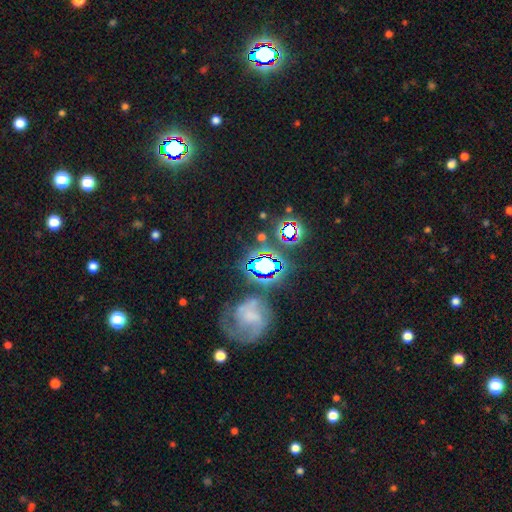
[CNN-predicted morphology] The model was most divided on "smooth or featured": star or artifact: 52%, featured or disk: 27%, smooth: 21%.